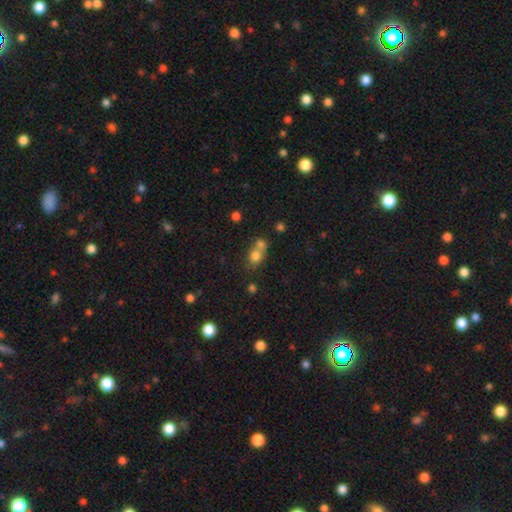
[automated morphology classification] smooth_or_featured: smooth (p=0.75) [alt: star or artifact p=0.13]
how_rounded: round (p=0.65) [alt: in between p=0.34]
merging: merger (p=0.53) [alt: none p=0.35]